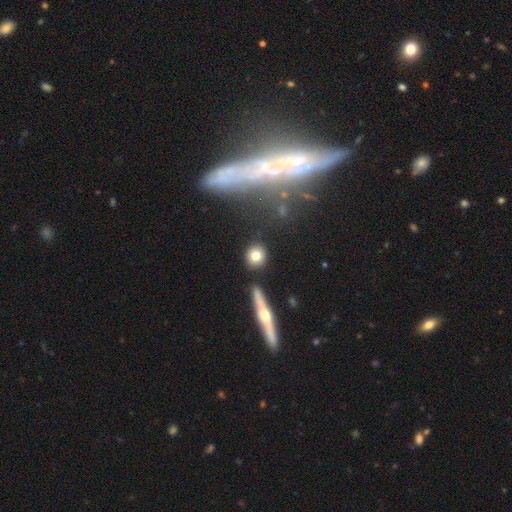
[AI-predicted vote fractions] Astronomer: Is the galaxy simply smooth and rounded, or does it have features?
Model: smooth — 78%.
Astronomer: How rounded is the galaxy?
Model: round — 83%.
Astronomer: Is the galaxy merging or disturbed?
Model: none — 86%.